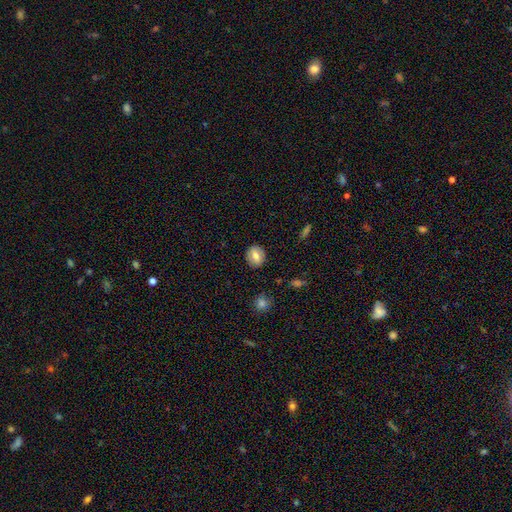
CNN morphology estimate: Smooth or featured? smooth (67%)
How rounded? round (65%)
Merging? none (87%)